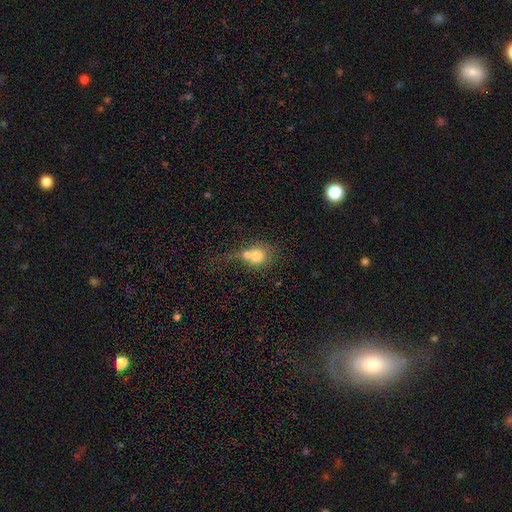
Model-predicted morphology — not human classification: Smooth or featured? Predicted: smooth (p=0.71). How rounded? Predicted: round (p=0.76). Merging? Predicted: merger (p=0.57).